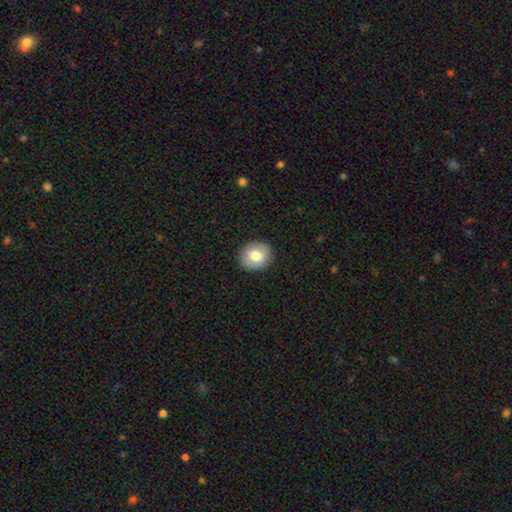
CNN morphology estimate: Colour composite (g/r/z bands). It shows a smooth galaxy with no disk features (78%) that is round (72%). Merging: none (90%).